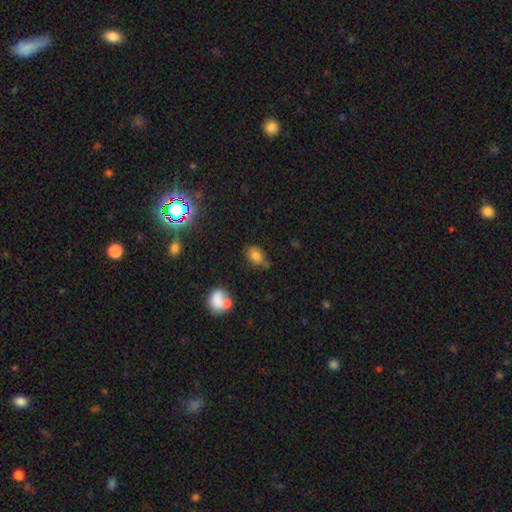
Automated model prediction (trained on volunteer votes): smooth-or-featured: smooth: 77% | star or artifact: 13% | featured or disk: 10%
  how-rounded: in between: 84% | round: 14% | cigar-shaped: 2%
  merging: none: 62% | minor disturbance: 23% | merger: 10% | major disturbance: 6%